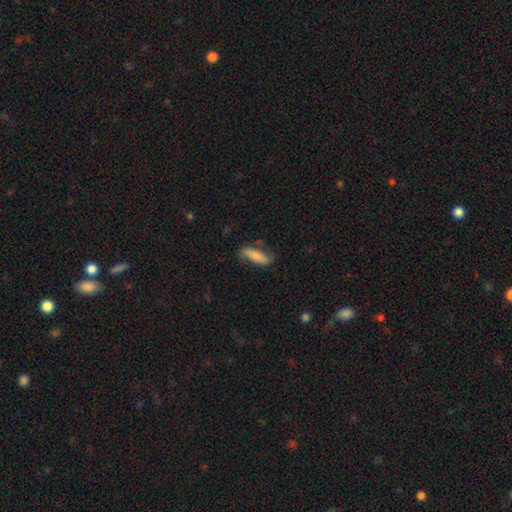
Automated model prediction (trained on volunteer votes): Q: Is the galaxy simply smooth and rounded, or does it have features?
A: smooth — 76%.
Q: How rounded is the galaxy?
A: cigar-shaped — 51%.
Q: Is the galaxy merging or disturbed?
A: none — 69%.